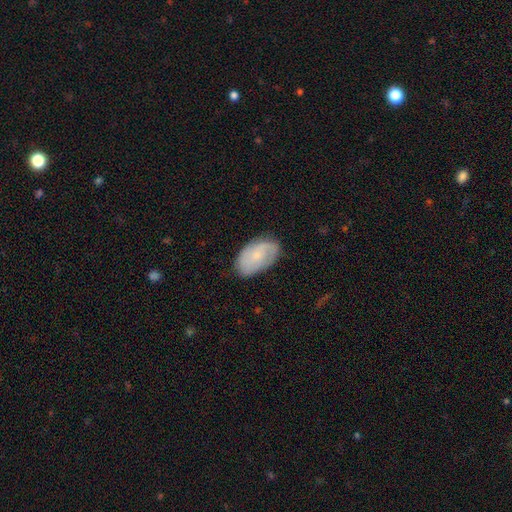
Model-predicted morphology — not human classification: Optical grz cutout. It shows a smooth galaxy with no disk features (50%) that is in between round and cigar-shaped (92%). Merging: none (75%).